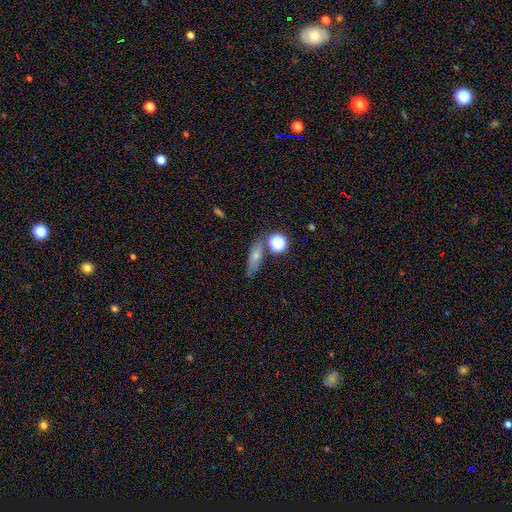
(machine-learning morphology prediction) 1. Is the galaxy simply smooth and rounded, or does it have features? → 65% smooth, 21% featured or disk, 14% star or artifact.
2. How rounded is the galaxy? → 50% in between, 37% cigar-shaped, 13% round.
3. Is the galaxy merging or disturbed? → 64% none, 18% minor disturbance, 12% merger, 6% major disturbance.